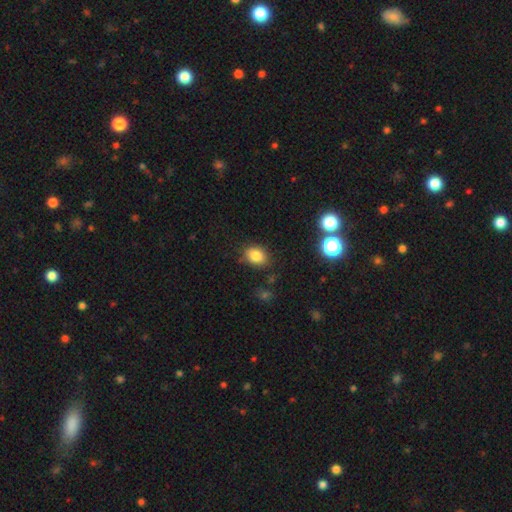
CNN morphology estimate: The model was most divided on "how rounded": in between: 62%, round: 37%, cigar-shaped: 1%. More confident: smooth or featured — smooth (82%); merging — none (81%).